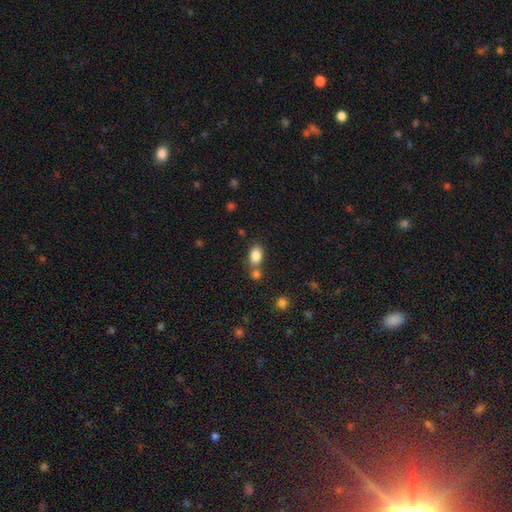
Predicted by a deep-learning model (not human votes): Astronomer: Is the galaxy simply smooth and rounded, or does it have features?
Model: smooth — 85%.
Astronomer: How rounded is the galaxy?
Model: in between — 87%.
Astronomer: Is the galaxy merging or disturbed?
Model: none — 58%.